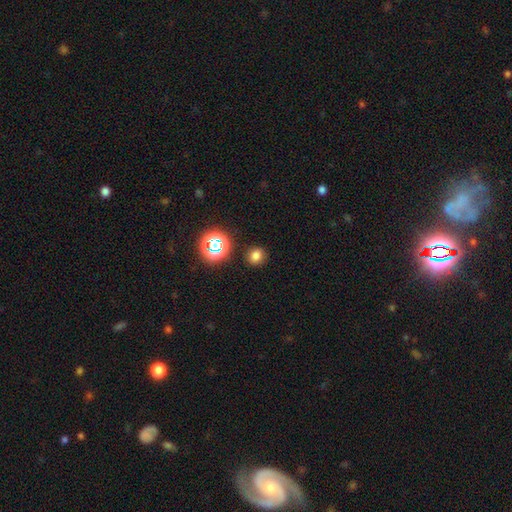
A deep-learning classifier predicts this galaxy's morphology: This appears to be a smooth galaxy with no disk features (74%) that is round (75%). Merging: none (87%).